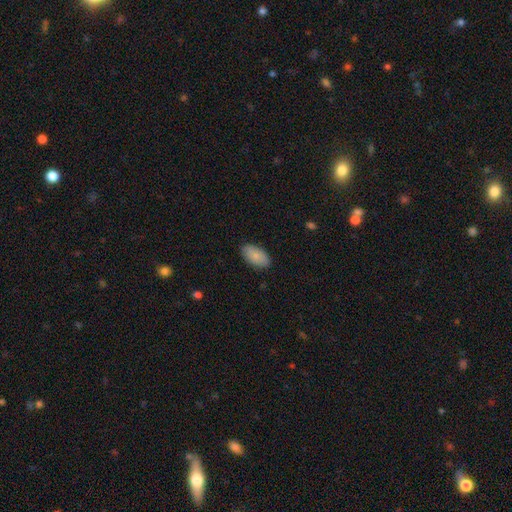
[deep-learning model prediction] This is clearly a smooth galaxy (84%). How rounded: clearly in between (95%). Merging: clearly none (87%).